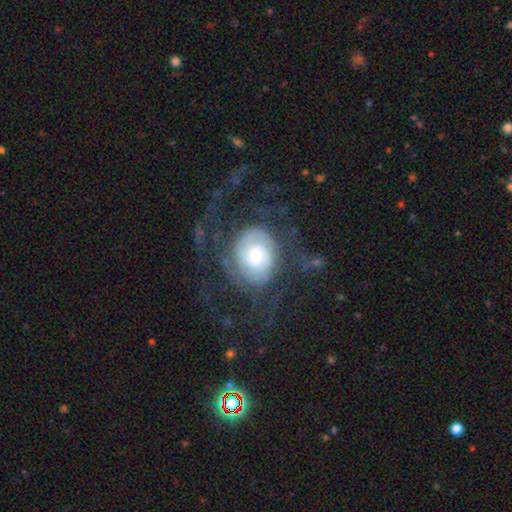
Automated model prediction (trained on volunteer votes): A featured or disk galaxy (72%) with no bar (71%), 2 (41%) tight (47%) spiral arms (85%) and a moderate central bulge (39%).

Vote fractions:
- Smooth or featured? featured or disk: 72% / smooth: 20% / star or artifact: 8%
- Edge-on disk? no: 97% / yes: 3%
- Bar? no: 71% / weak: 24% / strong: 5%
- Spiral arms? yes: 85% / no: 15%
- Spiral winding? tight: 47% / medium: 33% / loose: 20%
- Spiral arm count? 2: 41% / can't tell: 32% / 3: 9% / 1: 8% / 4: 5% / more than 4: 5%
- Bulge size? moderate: 39% / small: 27% / large: 25% / dominant: 6% / none: 3%
- Merging? none: 54% / major disturbance: 28% / minor disturbance: 16% / merger: 2%